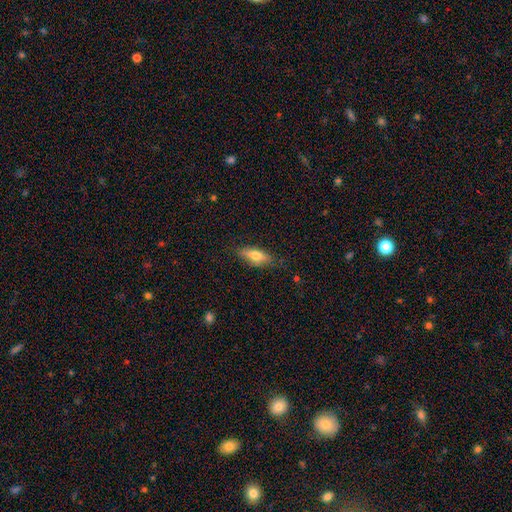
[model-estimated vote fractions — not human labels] Q: Smooth or featured?
A: smooth (62%); runner-up: featured or disk (31%)
Q: How rounded?
A: in between (60%); runner-up: cigar-shaped (37%)
Q: Merging?
A: none (79%); runner-up: minor disturbance (16%)